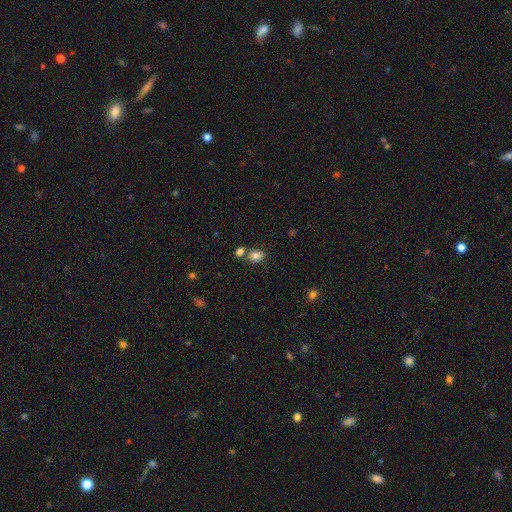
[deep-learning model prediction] smooth_or_featured: smooth (p=0.82) [alt: star or artifact p=0.10]
how_rounded: in between (p=0.68) [alt: round p=0.31]
merging: none (p=0.63) [alt: merger p=0.24]